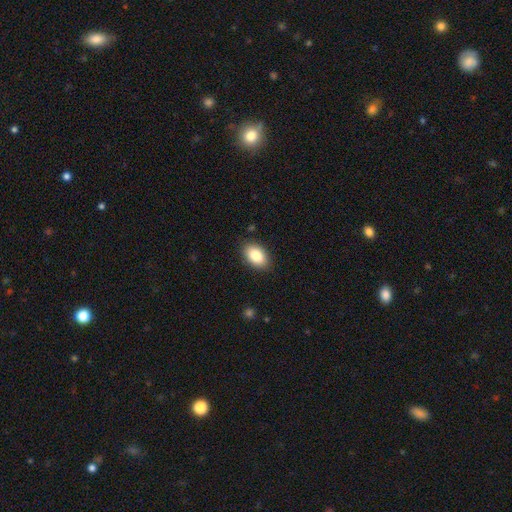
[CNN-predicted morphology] Smooth or featured?
  - smooth: 86% *
  - featured or disk: 7%
  - star or artifact: 7%
How rounded?
  - in between: 90% *
  - round: 8%
  - cigar-shaped: 1%
Merging?
  - none: 87% *
  - minor disturbance: 10%
  - major disturbance: 2%
  - merger: 1%